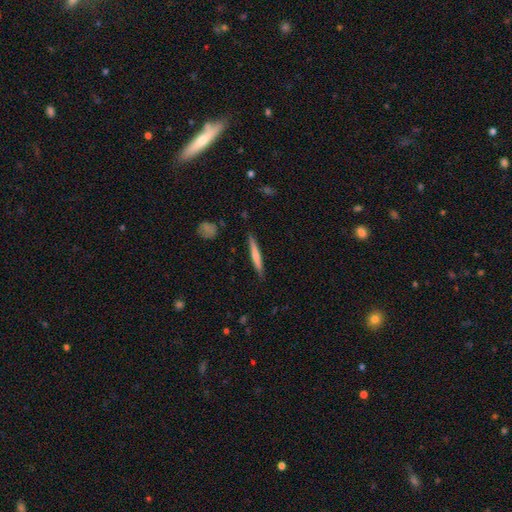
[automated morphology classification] type=smooth (62%); roundness=cigar-shaped (95%); merging=none (88%).